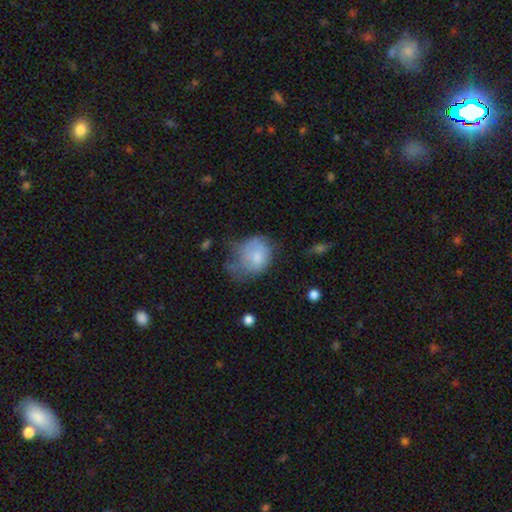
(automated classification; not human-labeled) The model was most divided on "merging": major disturbance: 36%, minor disturbance: 32%, none: 26%, merger: 6%. More confident: smooth or featured — smooth (66%); how rounded — round (53%).